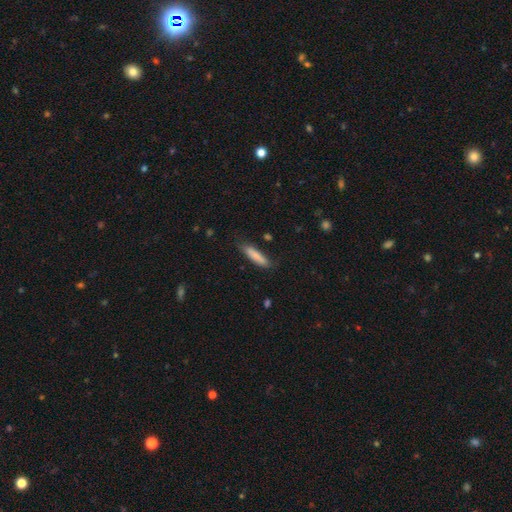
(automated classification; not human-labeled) The model was most divided on "how rounded": cigar-shaped: 77%, in between: 21%, round: 1%. More confident: smooth or featured — smooth (83%); merging — none (76%).